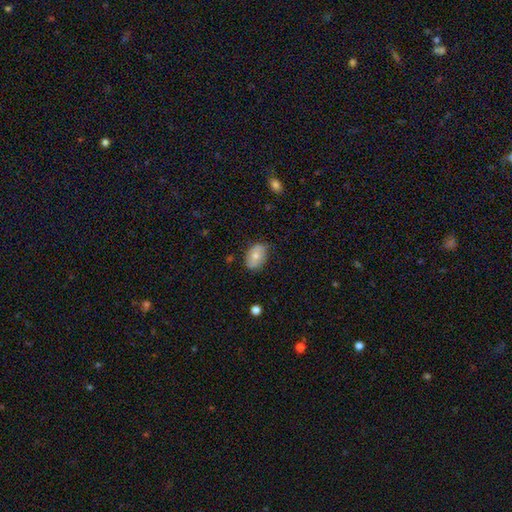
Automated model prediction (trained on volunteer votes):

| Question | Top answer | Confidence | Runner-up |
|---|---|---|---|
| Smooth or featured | smooth | 66% | featured or disk (27%) |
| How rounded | in between | 81% | round (17%) |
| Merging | none | 71% | minor disturbance (23%) |